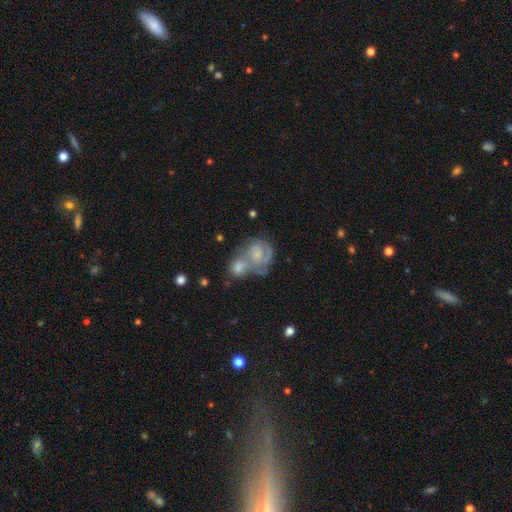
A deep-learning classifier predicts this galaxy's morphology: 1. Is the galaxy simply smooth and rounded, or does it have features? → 75% featured or disk, 16% smooth, 8% star or artifact.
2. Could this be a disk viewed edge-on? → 97% no, 3% yes.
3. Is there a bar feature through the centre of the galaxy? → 58% no, 35% weak, 7% strong.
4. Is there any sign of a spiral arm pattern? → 92% yes, 8% no.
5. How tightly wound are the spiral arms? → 56% tight, 36% medium, 8% loose.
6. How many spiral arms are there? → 56% 2, 19% can't tell, 13% 3, 7% 1, 3% 4, 3% more than 4.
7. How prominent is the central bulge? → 55% small, 32% moderate, 9% none, 3% large, 1% dominant.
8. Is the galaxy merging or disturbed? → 51% merger, 31% none, 11% minor disturbance, 7% major disturbance.